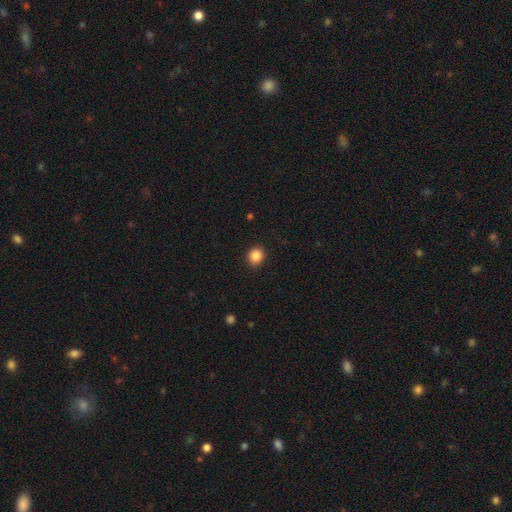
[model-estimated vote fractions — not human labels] smooth 87%, star or artifact 10%, featured or disk 3%. Down the decision tree: how rounded — round (78%); merging — none (91%).